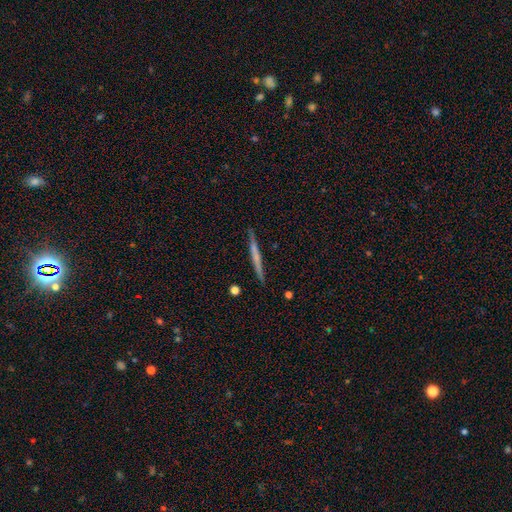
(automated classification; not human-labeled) smooth_or_featured: featured or disk (p=0.48) [alt: smooth p=0.46]
merging: none (p=0.88) [alt: minor disturbance p=0.09]